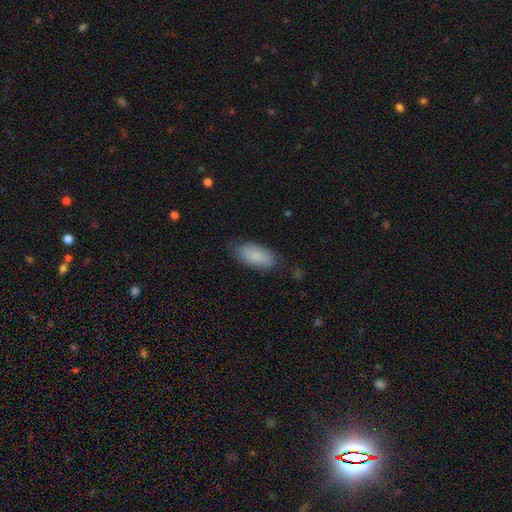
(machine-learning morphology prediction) Smooth or featured: smooth — 87% (featured or disk — 7%)
How rounded: in between — 83% (cigar-shaped — 15%)
Merging: none — 81% (minor disturbance — 14%)